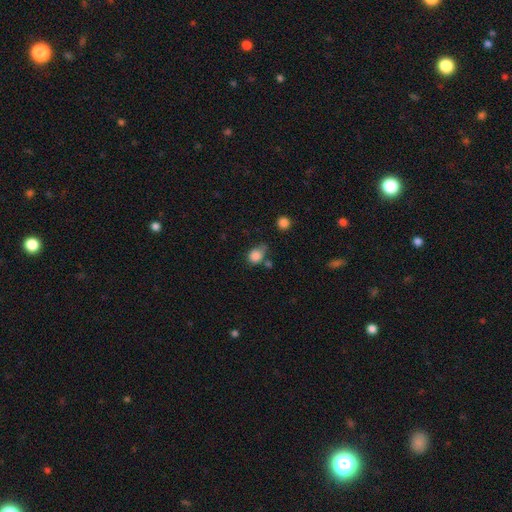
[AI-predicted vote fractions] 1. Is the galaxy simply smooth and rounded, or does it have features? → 84% smooth, 10% star or artifact, 5% featured or disk.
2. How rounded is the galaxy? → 56% round, 43% in between, 1% cigar-shaped.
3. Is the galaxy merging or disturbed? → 48% none, 31% minor disturbance, 11% merger, 10% major disturbance.